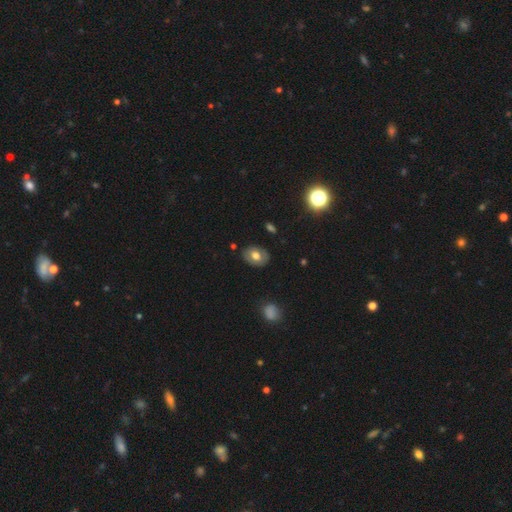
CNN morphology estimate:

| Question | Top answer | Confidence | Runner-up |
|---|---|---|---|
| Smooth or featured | smooth | 62% | featured or disk (30%) |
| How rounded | in between | 67% | round (32%) |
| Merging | none | 81% | minor disturbance (14%) |